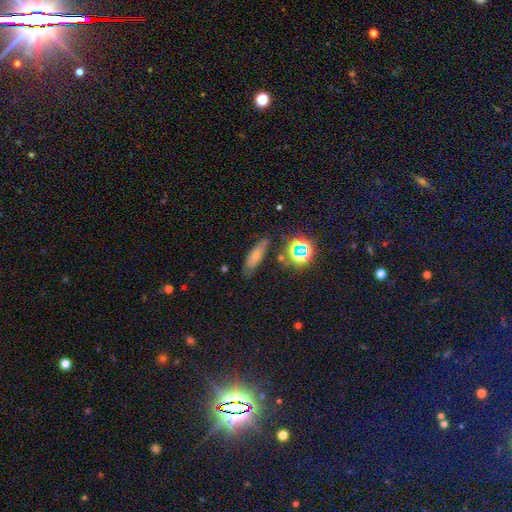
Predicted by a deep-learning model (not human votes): Morphology: type=smooth (62%); roundness=in between (50%); merging=none (75%).